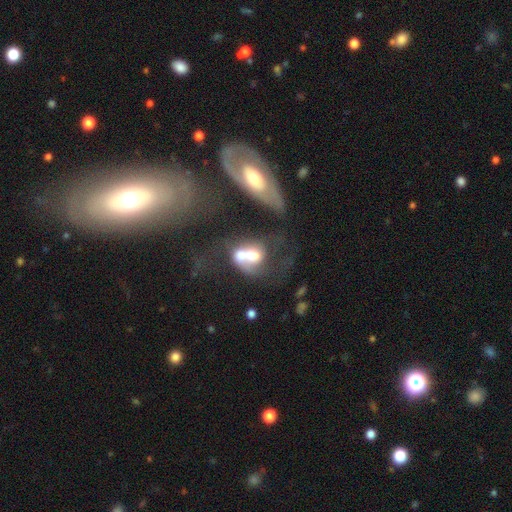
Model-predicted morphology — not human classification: Smooth or featured? Predicted: featured or disk (p=0.49). Merging? Predicted: merger (p=0.70).